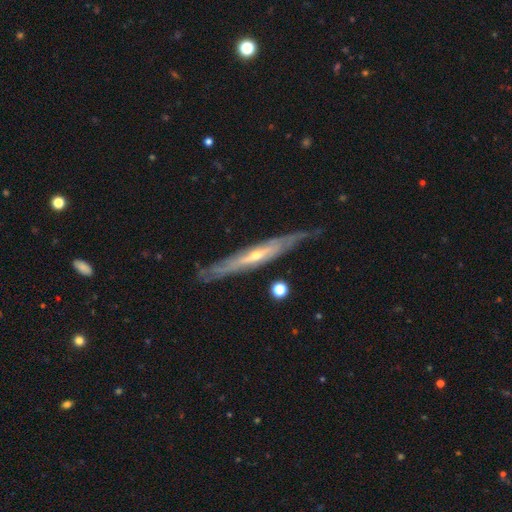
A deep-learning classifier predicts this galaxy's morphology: Q: Smooth or featured?
A: featured or disk (80%); runner-up: smooth (14%)
Q: Edge-on disk?
A: yes (74%); runner-up: no (26%)
Q: Edge-on bulge?
A: rounded (65%); runner-up: none (33%)
Q: Merging?
A: none (73%); runner-up: minor disturbance (20%)